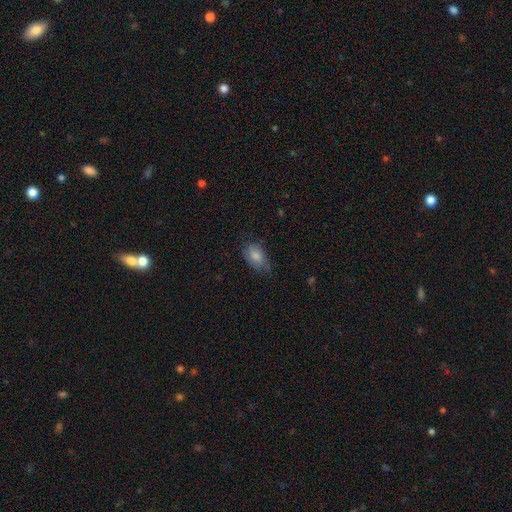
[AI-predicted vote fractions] Q: Smooth or featured?
A: smooth (80%); runner-up: featured or disk (12%)
Q: How rounded?
A: in between (91%); runner-up: round (6%)
Q: Merging?
A: none (58%); runner-up: minor disturbance (32%)